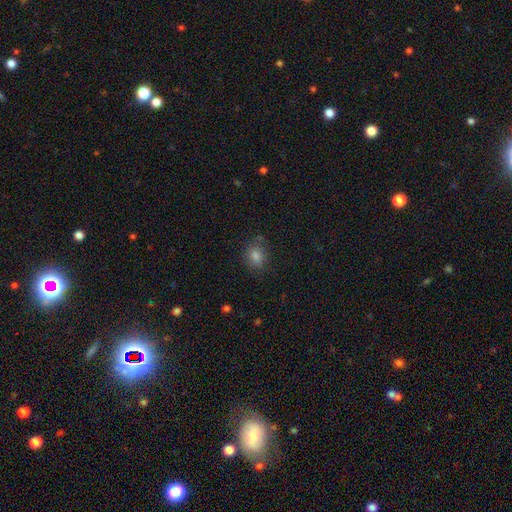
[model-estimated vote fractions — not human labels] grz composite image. It shows a smooth galaxy with no disk features (77%) that is round (61%). Merging: none (79%).